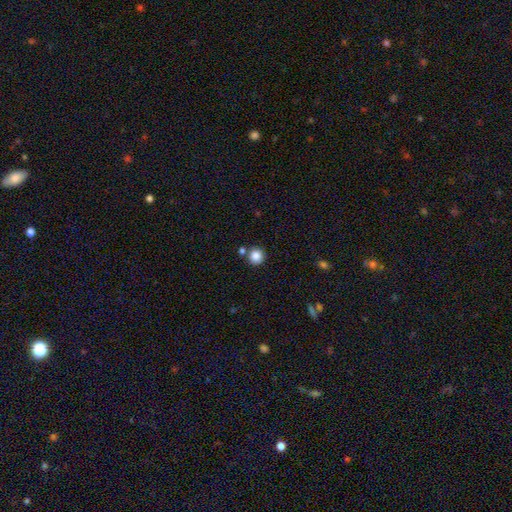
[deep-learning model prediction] Q: Smooth or featured?
A: smooth (85%); runner-up: star or artifact (10%)
Q: How rounded?
A: round (92%); runner-up: in between (7%)
Q: Merging?
A: none (79%); runner-up: merger (11%)